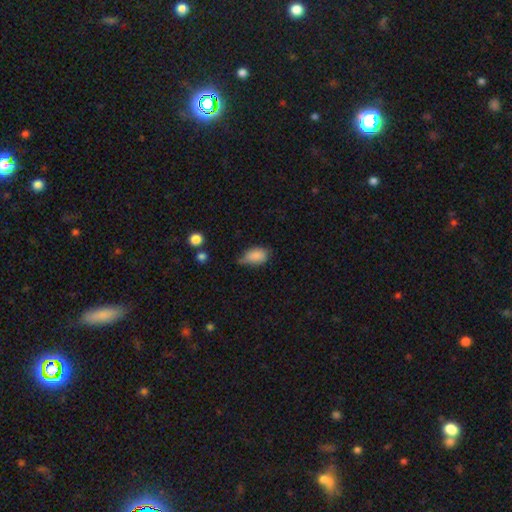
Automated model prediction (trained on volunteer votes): Morphology: type=smooth (83%); roundness=in between (88%); merging=minor disturbance (47%).